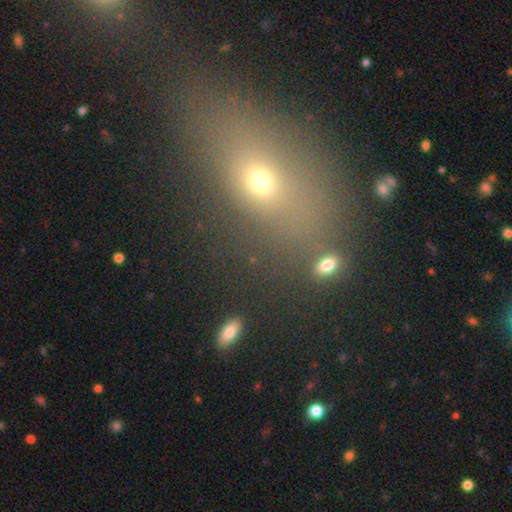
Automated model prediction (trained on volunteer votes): The model was most divided on "smooth or featured": smooth: 53%, star or artifact: 30%, featured or disk: 17%. More confident: merging — none (66%); how rounded — in between (63%).